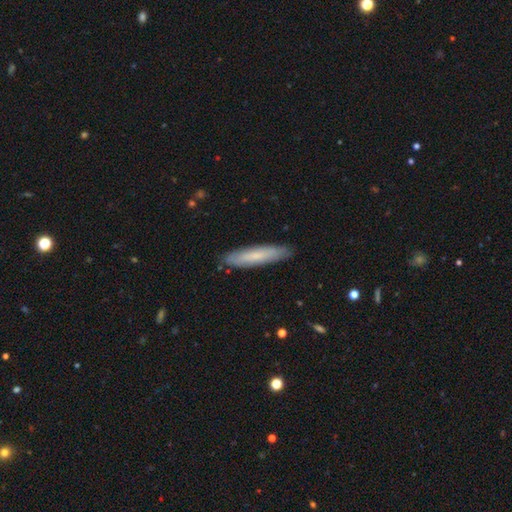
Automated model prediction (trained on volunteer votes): Smooth or featured?
  - smooth: 67% *
  - featured or disk: 27%
  - star or artifact: 6%
How rounded?
  - cigar-shaped: 86% *
  - in between: 13%
  - round: 1%
Merging?
  - none: 88% *
  - minor disturbance: 9%
  - major disturbance: 2%
  - merger: 1%